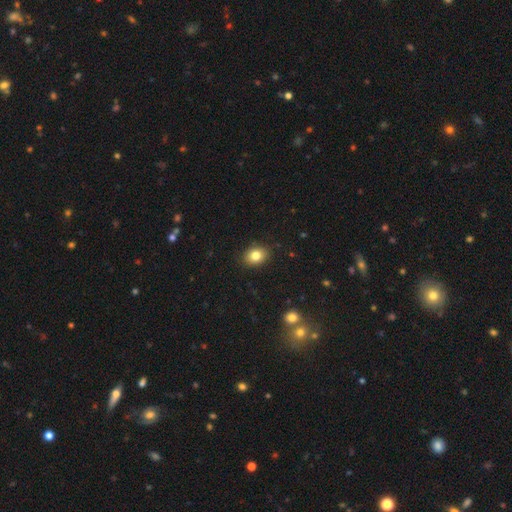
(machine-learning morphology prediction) The model was most divided on "how rounded": in between: 64%, round: 35%, cigar-shaped: 1%. More confident: merging — none (89%); smooth or featured — smooth (81%).